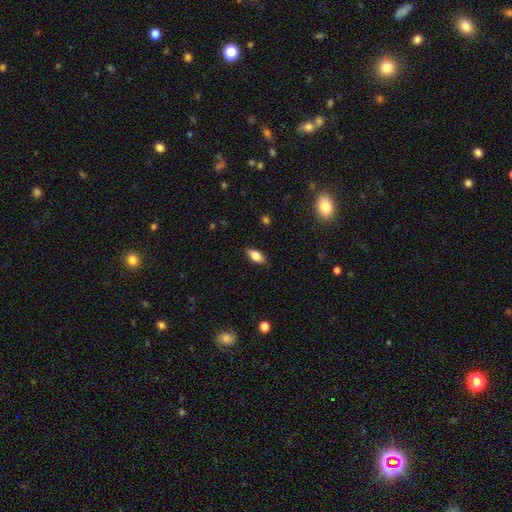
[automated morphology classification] Overall: smooth (80%). How rounded: in between (87%). Merging: none (86%).